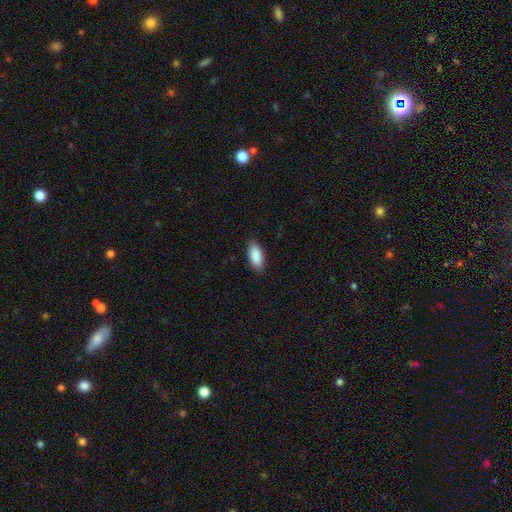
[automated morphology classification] Smooth or featured?
  - smooth: 90% *
  - star or artifact: 6%
  - featured or disk: 4%
How rounded?
  - in between: 87% *
  - cigar-shaped: 12%
  - round: 2%
Merging?
  - none: 88% *
  - minor disturbance: 9%
  - major disturbance: 2%
  - merger: 1%